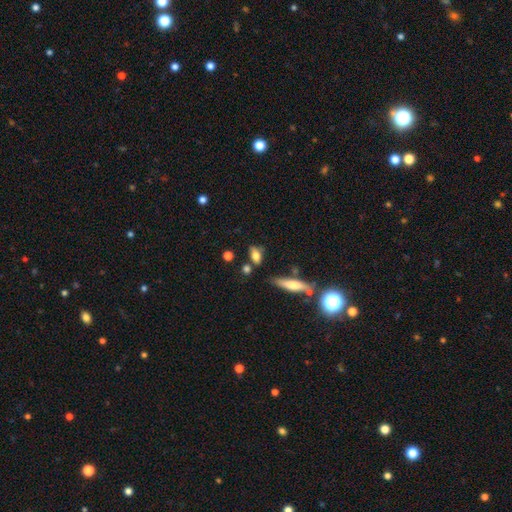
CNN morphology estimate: Smooth or featured: smooth — 72% (featured or disk — 19%)
How rounded: in between — 74% (cigar-shaped — 17%)
Merging: none — 62% (minor disturbance — 20%)